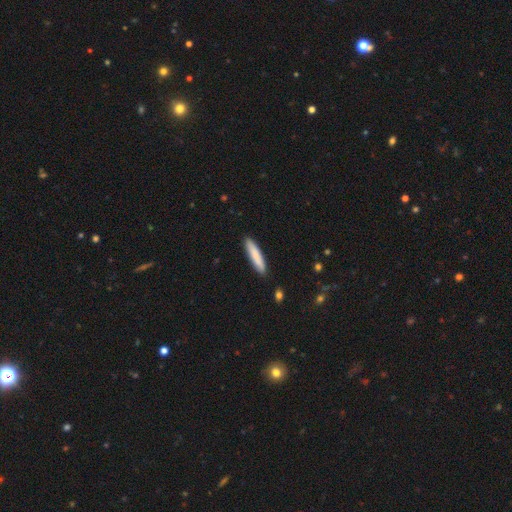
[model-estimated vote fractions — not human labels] Smooth or featured? Predicted: smooth (p=0.83). How rounded? Predicted: cigar-shaped (p=0.87). Merging? Predicted: none (p=0.90).